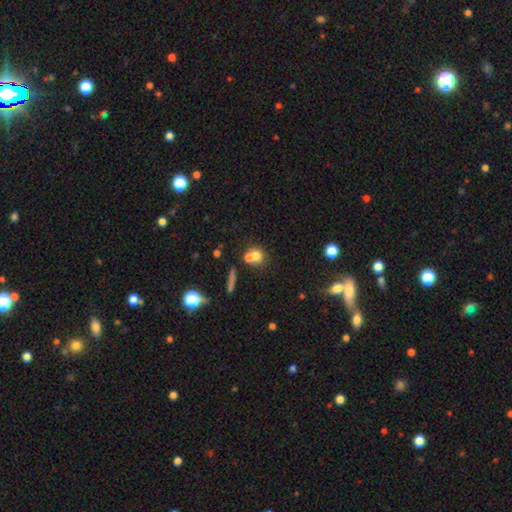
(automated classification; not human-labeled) smooth_or_featured: smooth (p=0.68) [alt: featured or disk p=0.19]
how_rounded: round (p=0.76) [alt: in between p=0.22]
merging: merger (p=0.51) [alt: none p=0.37]